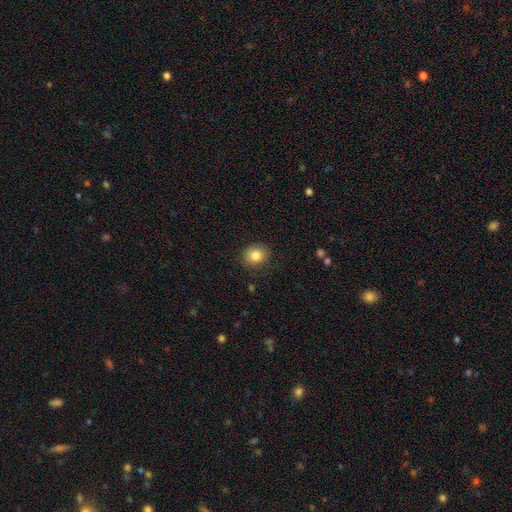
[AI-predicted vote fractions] Smooth or featured: smooth — 84% (star or artifact — 9%)
How rounded: round — 76% (in between — 23%)
Merging: none — 86% (minor disturbance — 10%)